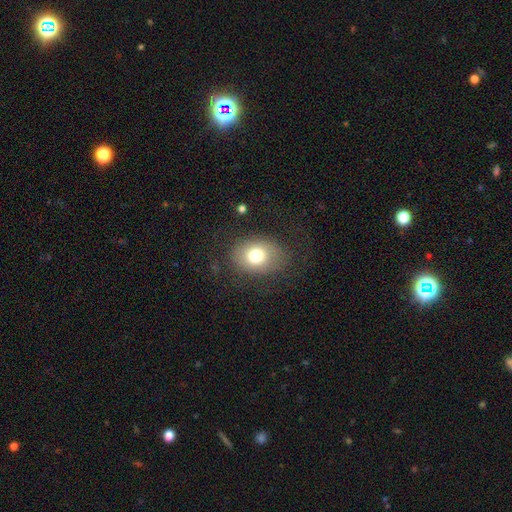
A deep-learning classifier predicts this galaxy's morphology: Q: Smooth or featured?
A: smooth (75%); runner-up: featured or disk (15%)
Q: How rounded?
A: in between (62%); runner-up: round (37%)
Q: Merging?
A: none (75%); runner-up: minor disturbance (16%)